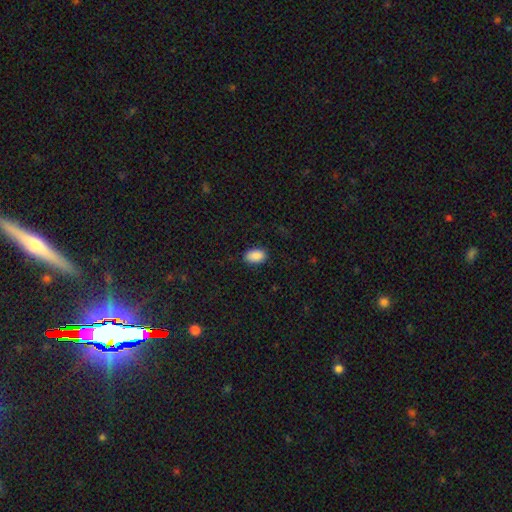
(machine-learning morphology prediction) smooth 89%, star or artifact 8%, featured or disk 3%. Down the decision tree: how rounded — in between (90%); merging — none (85%).